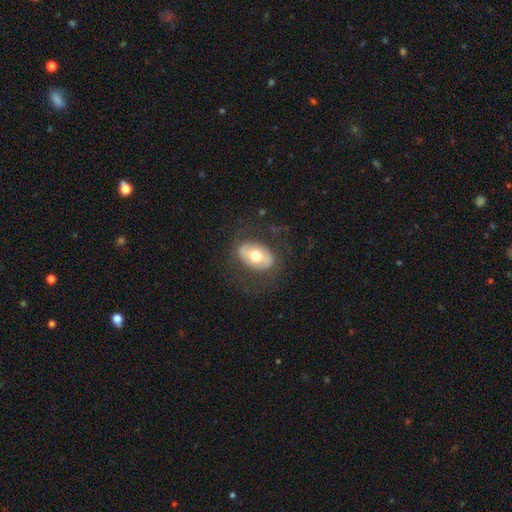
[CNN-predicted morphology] Q: Smooth or featured?
A: smooth (48%); runner-up: featured or disk (45%)
Q: Merging?
A: none (74%); runner-up: minor disturbance (15%)